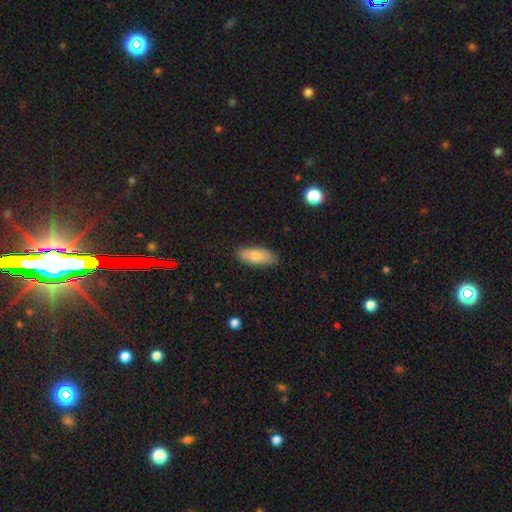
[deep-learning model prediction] This is likely a smooth galaxy (76%). How rounded: clearly in between (80%). Merging: clearly none (83%).